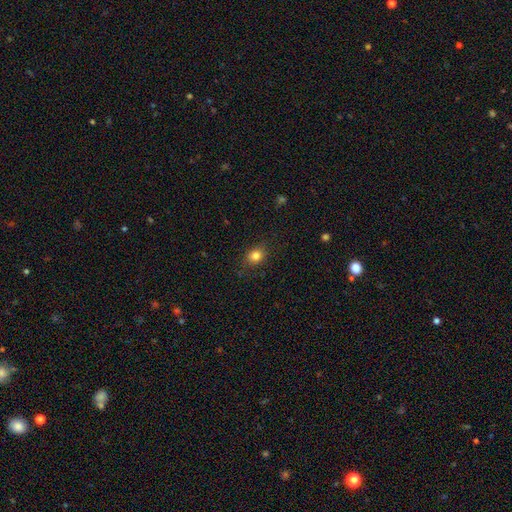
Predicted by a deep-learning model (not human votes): Smooth or featured?
  - smooth: 82% *
  - star or artifact: 11%
  - featured or disk: 6%
How rounded?
  - round: 59% *
  - in between: 39%
  - cigar-shaped: 1%
Merging?
  - none: 83% *
  - minor disturbance: 13%
  - major disturbance: 3%
  - merger: 1%